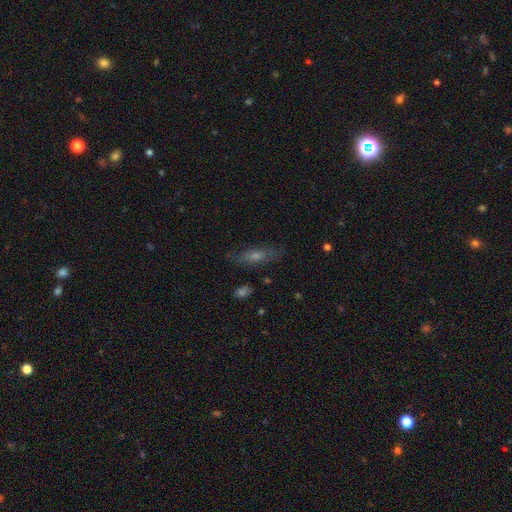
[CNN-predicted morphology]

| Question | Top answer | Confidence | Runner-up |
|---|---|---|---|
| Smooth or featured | smooth | 41% | featured or disk (39%) |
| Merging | none | 80% | minor disturbance (13%) |